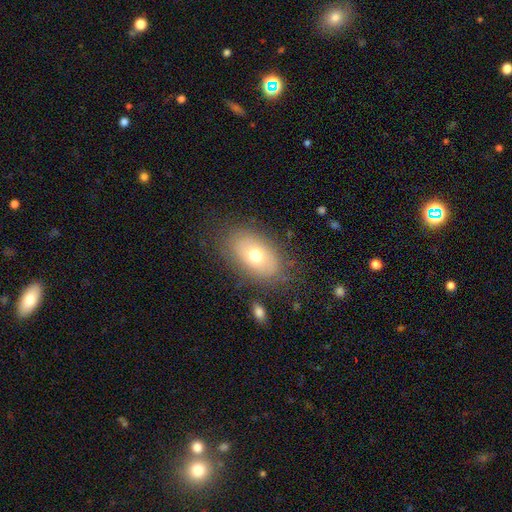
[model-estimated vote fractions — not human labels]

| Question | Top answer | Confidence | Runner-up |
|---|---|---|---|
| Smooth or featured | smooth | 62% | featured or disk (29%) |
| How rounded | in between | 88% | round (11%) |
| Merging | none | 78% | minor disturbance (14%) |